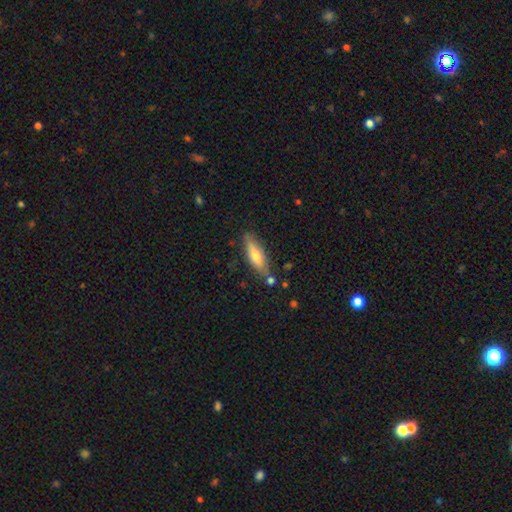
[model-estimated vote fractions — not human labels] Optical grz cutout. It shows a smooth galaxy with no disk features (58%) that is cigar-shaped (56%). Merging: none (77%).